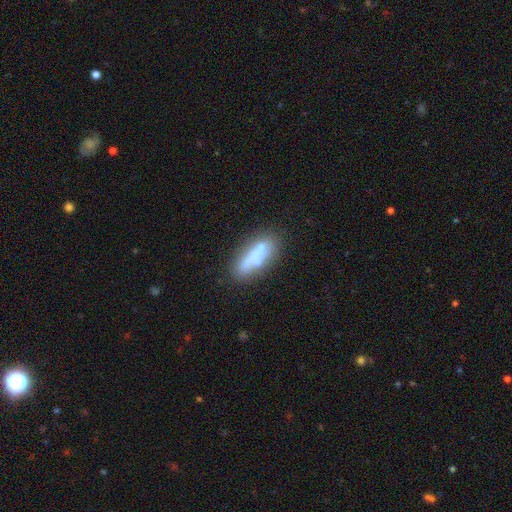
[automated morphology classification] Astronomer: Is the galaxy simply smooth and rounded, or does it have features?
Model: smooth — 61%.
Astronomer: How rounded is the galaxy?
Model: in between — 51% (runner-up: cigar-shaped, 46%).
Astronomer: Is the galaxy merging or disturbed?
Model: none — 57%.